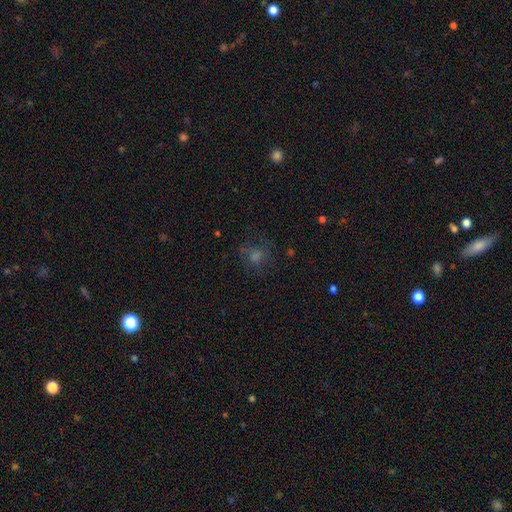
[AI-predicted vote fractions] A smooth galaxy with no disk features (43%). Merging: none (64%).